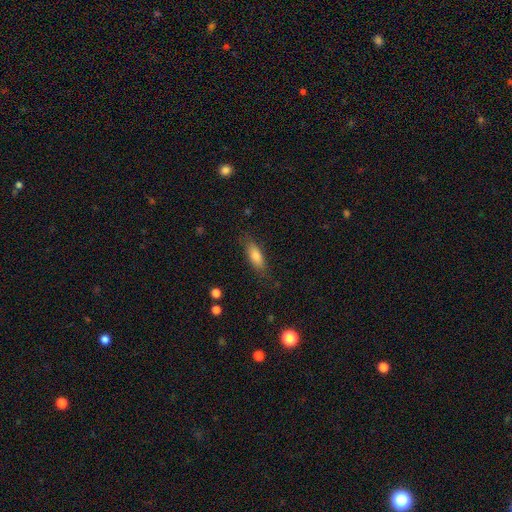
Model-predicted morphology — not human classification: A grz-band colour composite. It shows a smooth galaxy with no disk features (78%) that is in between round and cigar-shaped (63%). Merging: none (78%).